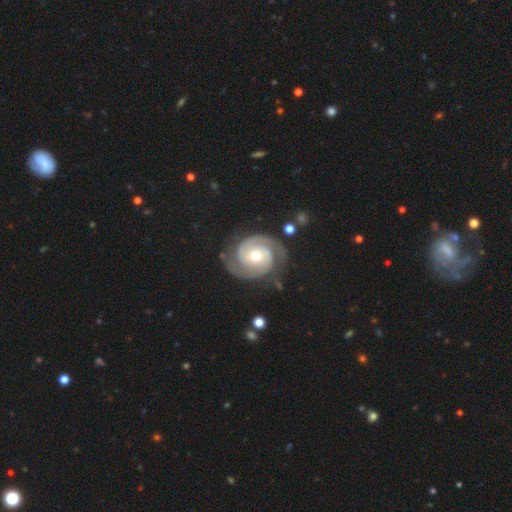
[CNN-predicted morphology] Smooth or featured? featured or disk (91%)
Edge-on disk? no (98%)
Bar? no (62%)
Spiral arms? yes (98%)
Spiral winding? tight (57%)
Spiral arm count? 2 (92%)
Bulge size? moderate (61%)
Merging? none (80%)